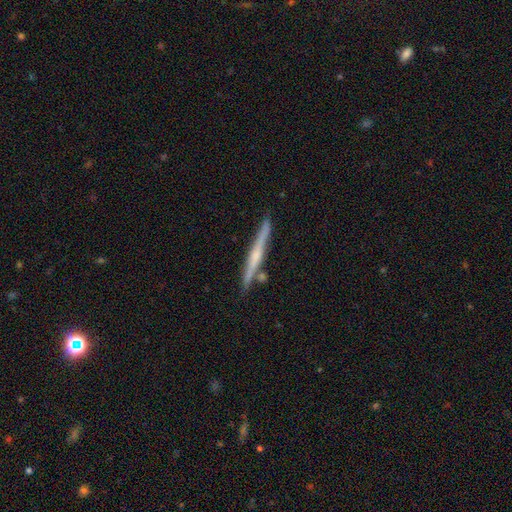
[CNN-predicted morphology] A featured or disk galaxy (68%) viewed edge-on (97%) with a rounded central bulge (56%).

Vote fractions:
- Smooth or featured? featured or disk: 68% / smooth: 26% / star or artifact: 6%
- Edge-on disk? yes: 97% / no: 3%
- Edge-on bulge? rounded: 56% / none: 36% / boxy: 8%
- Merging? none: 85% / minor disturbance: 9% / merger: 4% / major disturbance: 2%